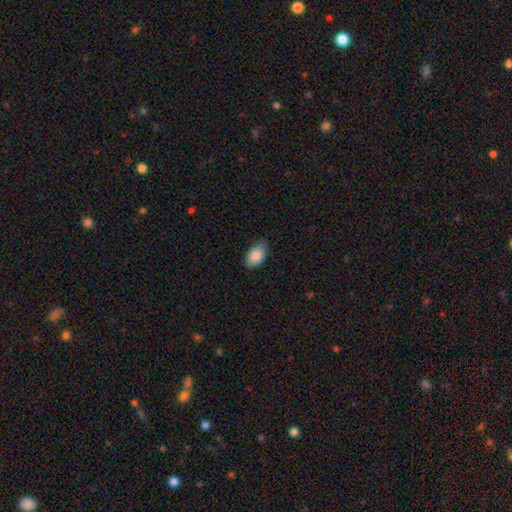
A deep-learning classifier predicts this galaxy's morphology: smooth-or-featured: smooth: 87% | featured or disk: 7% | star or artifact: 6%
  how-rounded: in between: 93% | round: 5% | cigar-shaped: 2%
  merging: none: 80% | minor disturbance: 17% | major disturbance: 3% | merger: 1%